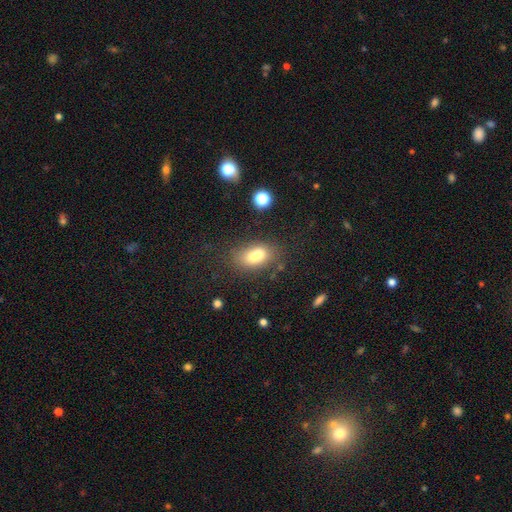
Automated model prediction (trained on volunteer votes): This appears to be a smooth galaxy with no disk features (67%) that is in between round and cigar-shaped (77%). Merging: merger (45%).